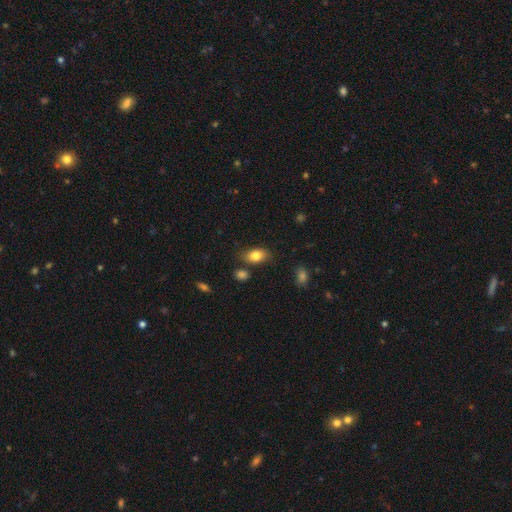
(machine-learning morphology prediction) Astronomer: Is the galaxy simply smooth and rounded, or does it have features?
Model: smooth — 82%.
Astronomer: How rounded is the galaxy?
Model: in between — 88%.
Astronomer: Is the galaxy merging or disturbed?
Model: none — 79%.